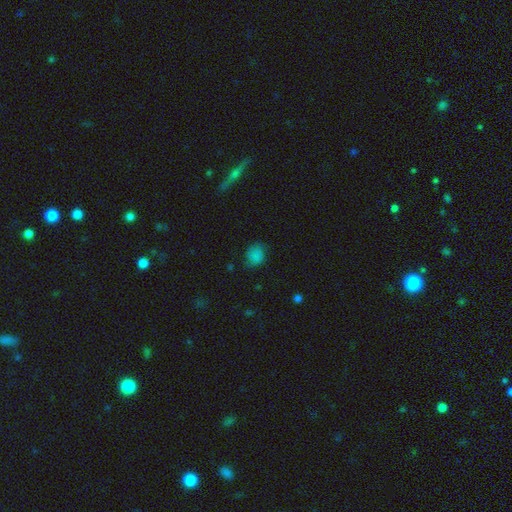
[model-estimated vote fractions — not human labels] Smooth or featured? smooth (80%)
How rounded? round (56%)
Merging? none (66%)